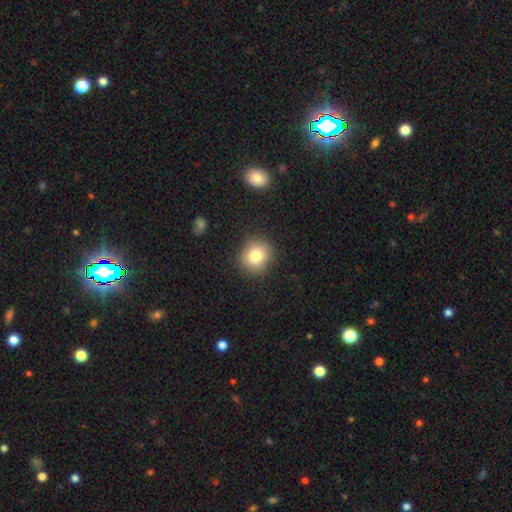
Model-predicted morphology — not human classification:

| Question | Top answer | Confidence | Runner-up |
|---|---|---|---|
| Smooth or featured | smooth | 81% | star or artifact (10%) |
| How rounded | round | 85% | in between (14%) |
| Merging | none | 87% | minor disturbance (9%) |